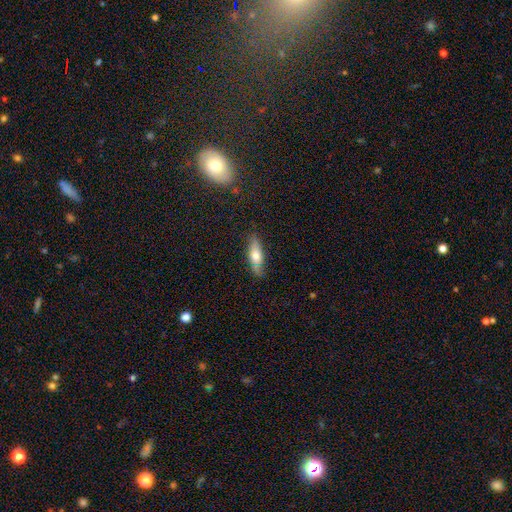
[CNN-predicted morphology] smooth_or_featured: smooth (p=0.61) [alt: featured or disk p=0.31]
how_rounded: in between (p=0.51) [alt: cigar-shaped p=0.46]
merging: none (p=0.76) [alt: minor disturbance p=0.18]